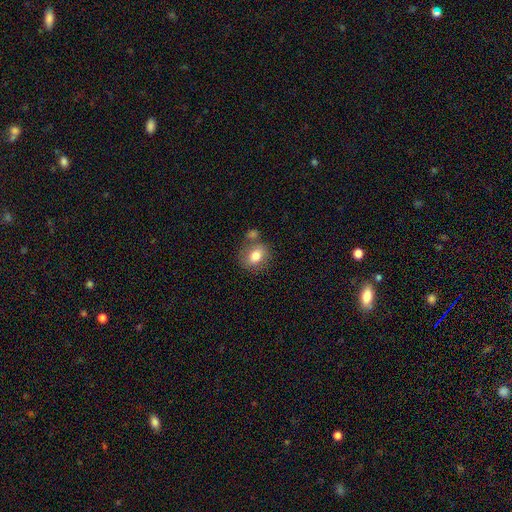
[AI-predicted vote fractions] smooth-or-featured: smooth: 78% | featured or disk: 14% | star or artifact: 8%
  how-rounded: in between: 54% | round: 45% | cigar-shaped: 1%
  merging: none: 58% | merger: 21% | minor disturbance: 16% | major disturbance: 5%